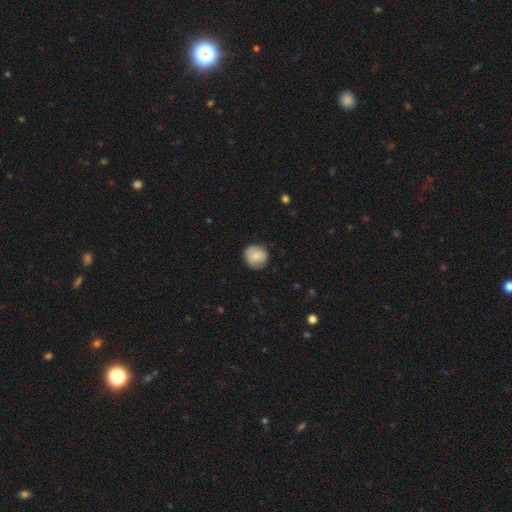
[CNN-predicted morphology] A smooth galaxy with no disk features (75%) that is round (90%). Merging: none (80%).